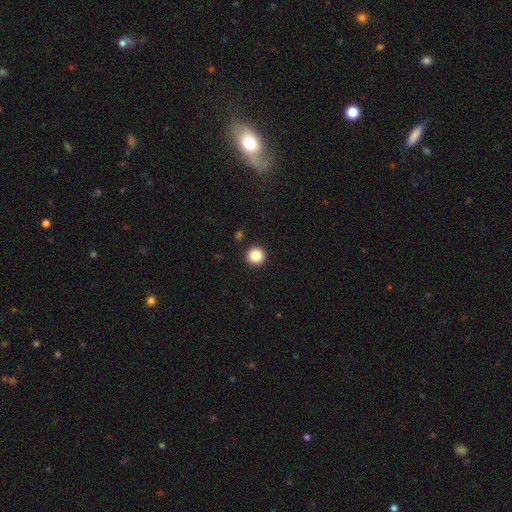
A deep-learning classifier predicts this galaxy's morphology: A smooth galaxy with no disk features (86%) that is round (96%). Merging: none (93%).